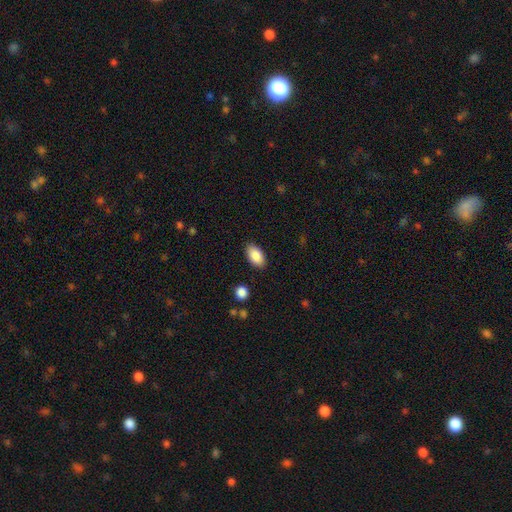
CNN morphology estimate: Q: Smooth or featured?
A: smooth (88%); runner-up: star or artifact (7%)
Q: How rounded?
A: in between (94%); runner-up: round (4%)
Q: Merging?
A: none (87%); runner-up: minor disturbance (9%)